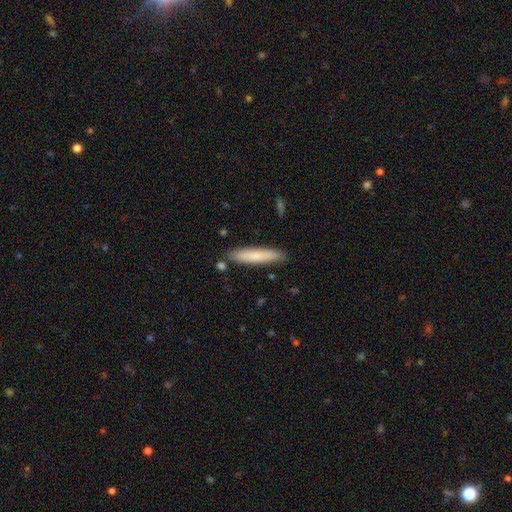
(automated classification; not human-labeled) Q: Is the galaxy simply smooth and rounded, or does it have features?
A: smooth — 75%.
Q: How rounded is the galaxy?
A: cigar-shaped — 89%.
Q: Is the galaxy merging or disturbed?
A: none — 85%.